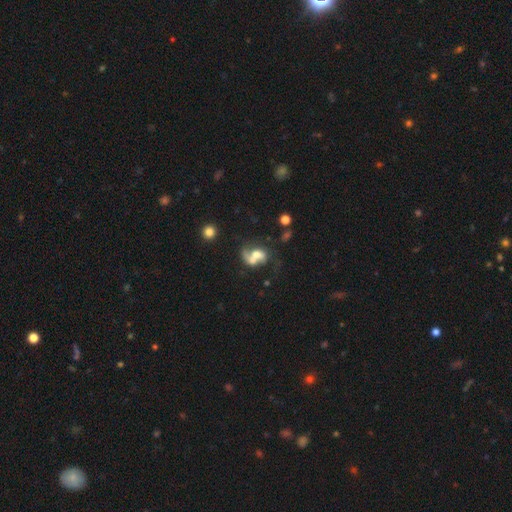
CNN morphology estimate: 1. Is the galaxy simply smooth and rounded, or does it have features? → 50% featured or disk, 39% smooth, 11% star or artifact.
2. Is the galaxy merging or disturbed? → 53% merger, 19% none, 18% major disturbance, 10% minor disturbance.